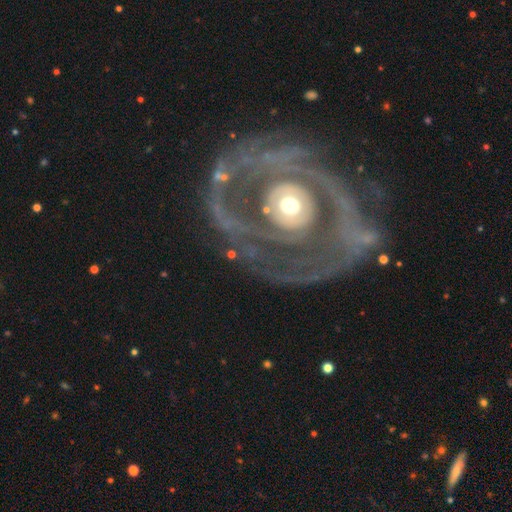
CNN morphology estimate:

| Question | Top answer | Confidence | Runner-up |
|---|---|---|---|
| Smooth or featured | featured or disk | 86% | smooth (8%) |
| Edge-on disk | no | 97% | yes (3%) |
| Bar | no | 74% | weak (16%) |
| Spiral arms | yes | 80% | no (20%) |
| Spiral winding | tight | 59% | medium (29%) |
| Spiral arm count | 2 | 35% | can't tell (24%) |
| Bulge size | moderate | 66% | small (19%) |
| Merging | none | 63% | major disturbance (17%) |